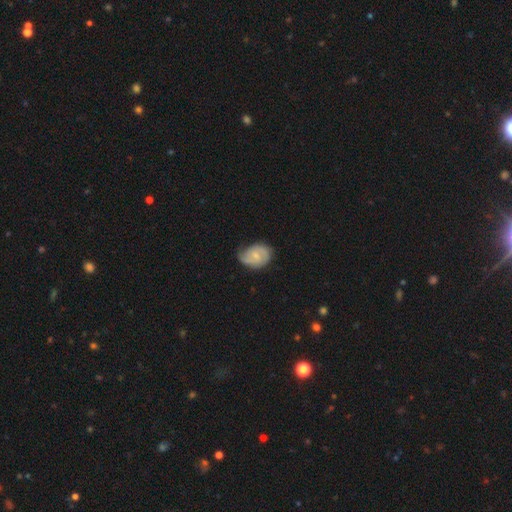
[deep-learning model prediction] Q: Smooth or featured?
A: featured or disk (59%); runner-up: smooth (35%)
Q: Edge-on disk?
A: no (97%); runner-up: yes (3%)
Q: Bar?
A: no (49%); runner-up: weak (44%)
Q: Spiral arms?
A: yes (88%); runner-up: no (12%)
Q: Spiral winding?
A: medium (44%); runner-up: tight (36%)
Q: Spiral arm count?
A: 2 (68%); runner-up: can't tell (17%)
Q: Bulge size?
A: small (59%); runner-up: moderate (30%)
Q: Merging?
A: none (59%); runner-up: minor disturbance (31%)